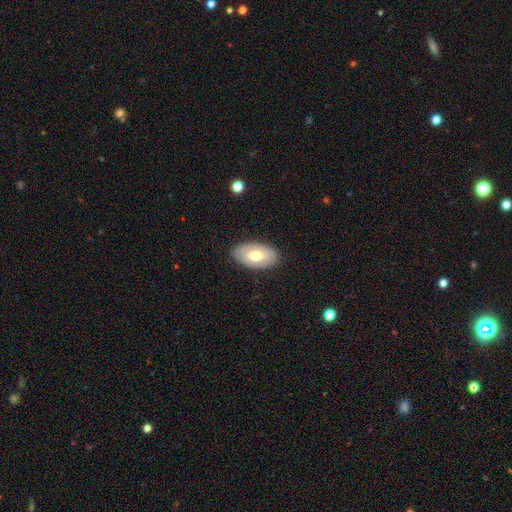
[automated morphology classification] smooth 62%, featured or disk 32%, star or artifact 6%. Down the decision tree: how rounded — in between (94%); merging — none (85%).